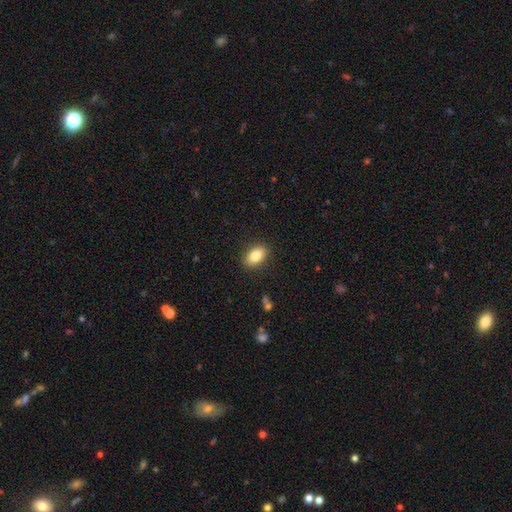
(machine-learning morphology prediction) smooth_or_featured: smooth (p=0.84) [alt: featured or disk p=0.08]
how_rounded: in between (p=0.86) [alt: round p=0.12]
merging: none (p=0.88) [alt: minor disturbance p=0.09]